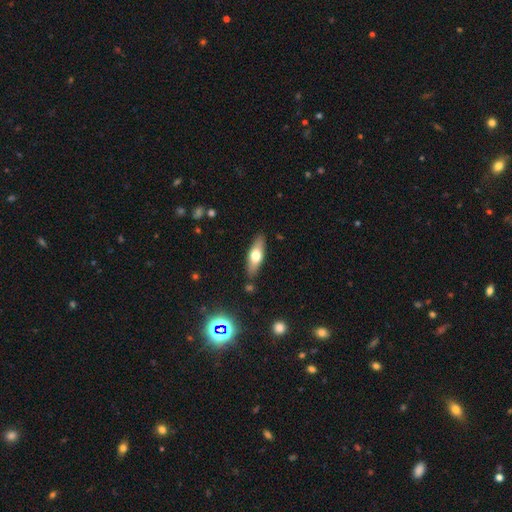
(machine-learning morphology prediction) smooth_or_featured: smooth (p=0.56) [alt: featured or disk p=0.37]
how_rounded: in between (p=0.53) [alt: cigar-shaped p=0.44]
merging: none (p=0.86) [alt: minor disturbance p=0.09]